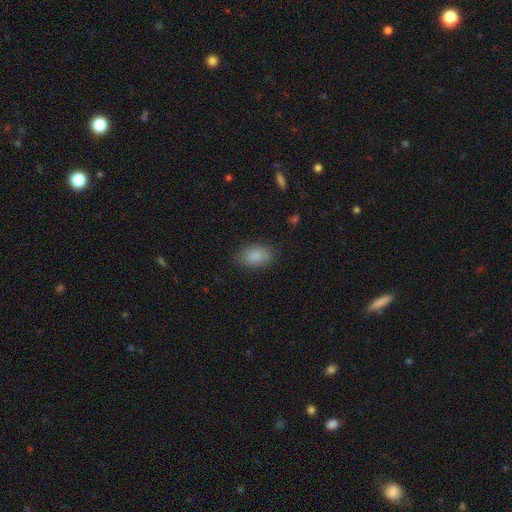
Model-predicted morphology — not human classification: Smooth or featured?
  - smooth: 86% *
  - star or artifact: 8%
  - featured or disk: 6%
How rounded?
  - in between: 89% *
  - round: 9%
  - cigar-shaped: 2%
Merging?
  - none: 80% *
  - minor disturbance: 15%
  - major disturbance: 4%
  - merger: 1%